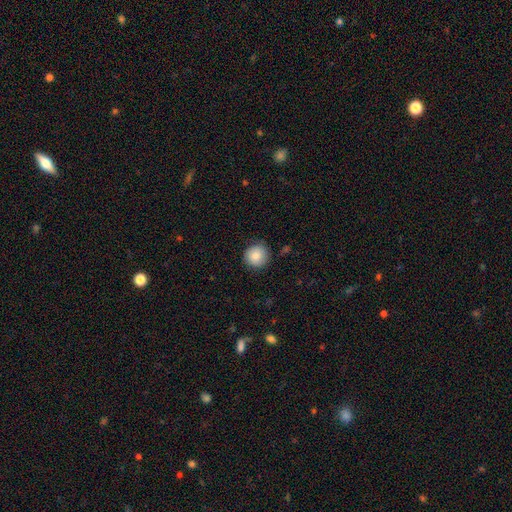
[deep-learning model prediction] The model was most divided on "smooth or featured": smooth: 81%, featured or disk: 11%, star or artifact: 8%. More confident: how rounded — round (94%); merging — none (84%).